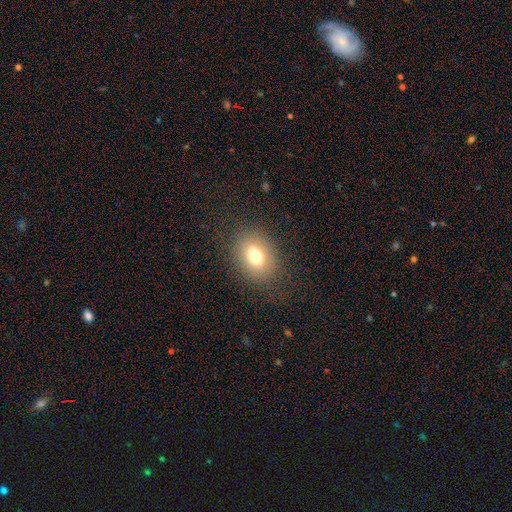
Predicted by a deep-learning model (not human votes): This is likely a smooth galaxy (75%). How rounded: likely in between (62%). Merging: clearly none (82%).